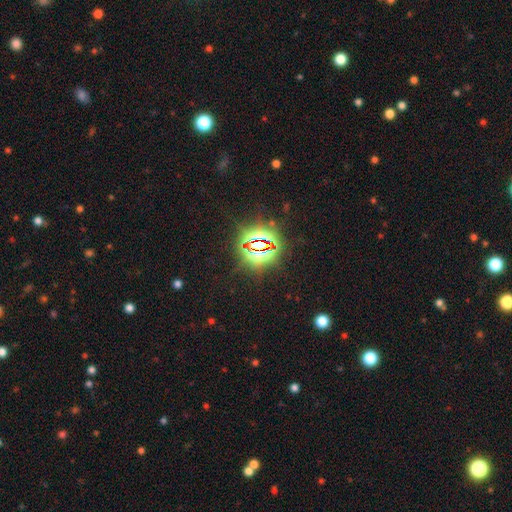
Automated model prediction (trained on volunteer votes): A star or artifact, not a galaxy (82%).

Vote fractions:
- Smooth or featured? star or artifact: 82% / smooth: 10% / featured or disk: 7%